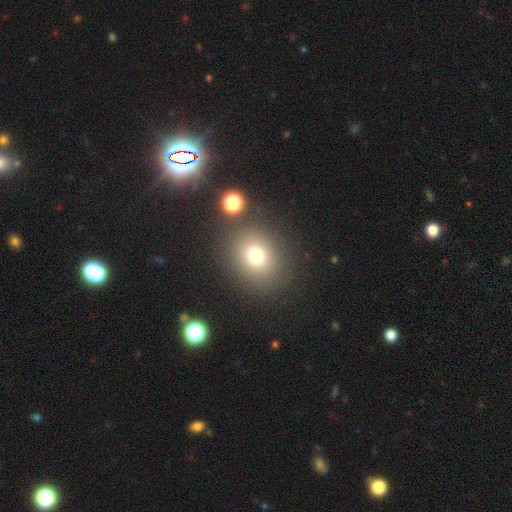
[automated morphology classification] Overall: smooth (75%). How rounded: round (69%; in between 31%). Merging: none (80%).